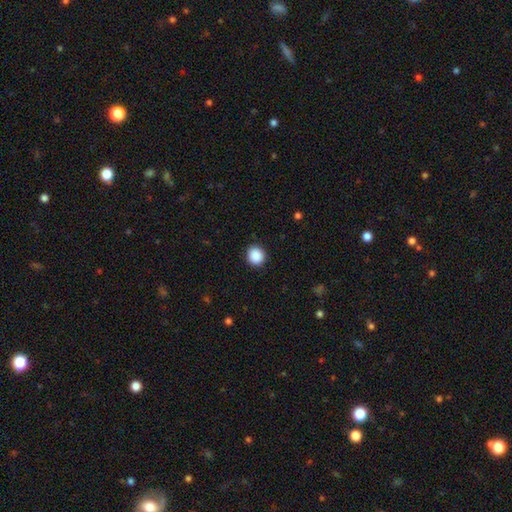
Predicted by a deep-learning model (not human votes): This is clearly a smooth galaxy (89%). How rounded: clearly round (88%). Merging: clearly none (91%).